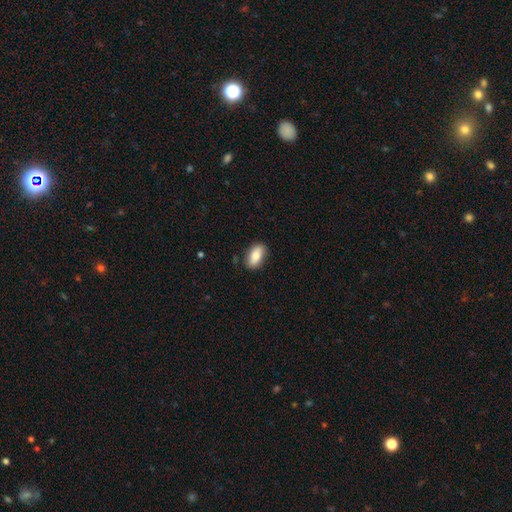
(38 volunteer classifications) This appears to be a smooth galaxy with no disk features (82%) that is in between round and cigar-shaped (90%). Merging: none (78%).